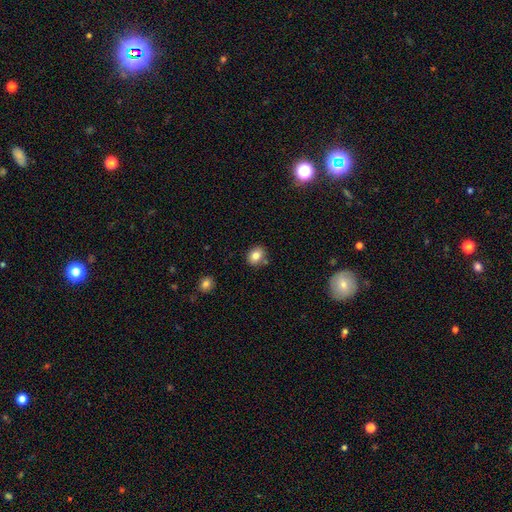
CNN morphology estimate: Q: Smooth or featured?
A: smooth (82%); runner-up: star or artifact (10%)
Q: How rounded?
A: round (54%); runner-up: in between (45%)
Q: Merging?
A: none (79%); runner-up: minor disturbance (12%)